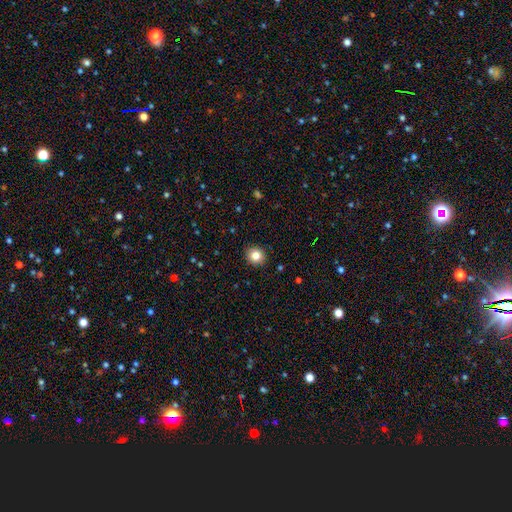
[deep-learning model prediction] A smooth galaxy with no disk features (83%) that is round (84%). Merging: none (91%).